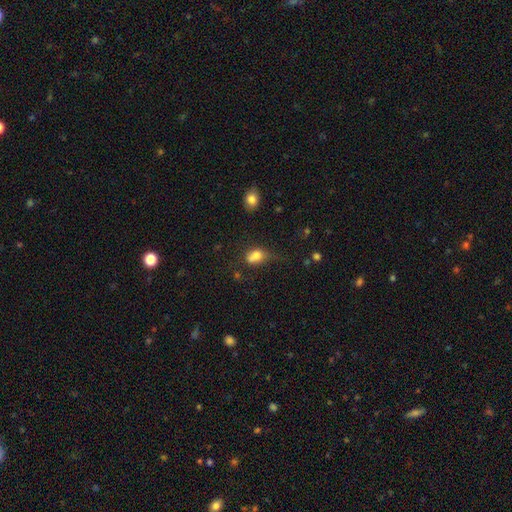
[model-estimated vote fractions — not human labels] Smooth or featured? smooth (76%)
How rounded? in between (68%)
Merging? none (31%)